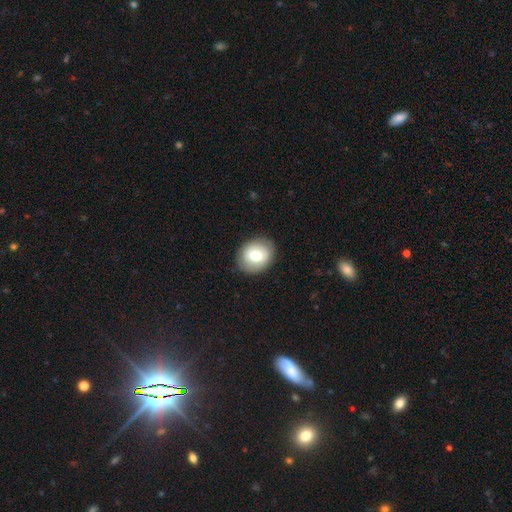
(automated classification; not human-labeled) Morphology: type=smooth (72%); roundness=round (55%); merging=none (87%).